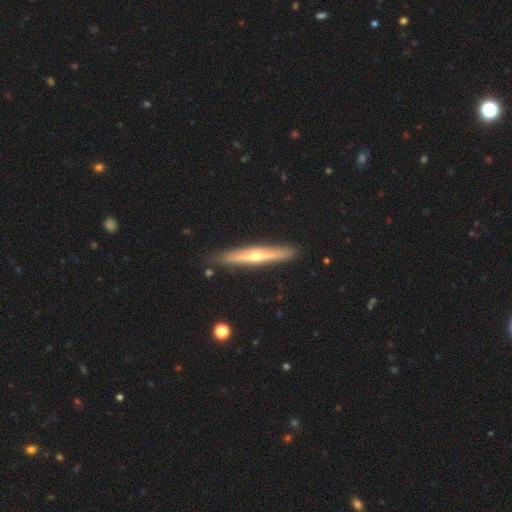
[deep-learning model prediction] Smooth or featured: featured or disk — 72% (smooth — 23%)
Edge-on disk: yes — 96% (no — 4%)
Edge-on bulge: rounded — 89% (none — 9%)
Merging: none — 89% (minor disturbance — 8%)